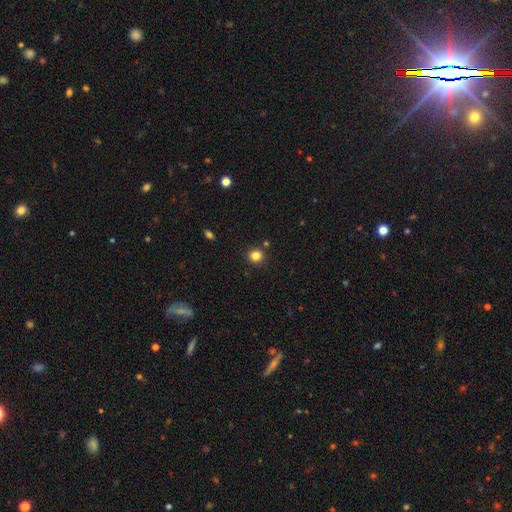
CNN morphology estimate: type=smooth (82%); roundness=round (93%); merging=none (88%).